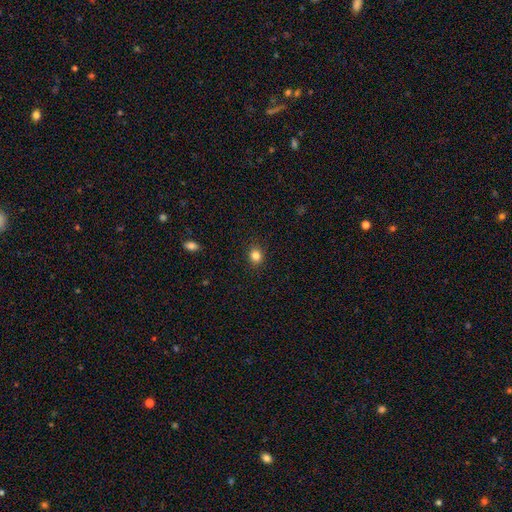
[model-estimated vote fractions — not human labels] smooth 84%, star or artifact 12%, featured or disk 5%. Down the decision tree: how rounded — round (74%); merging — none (90%).